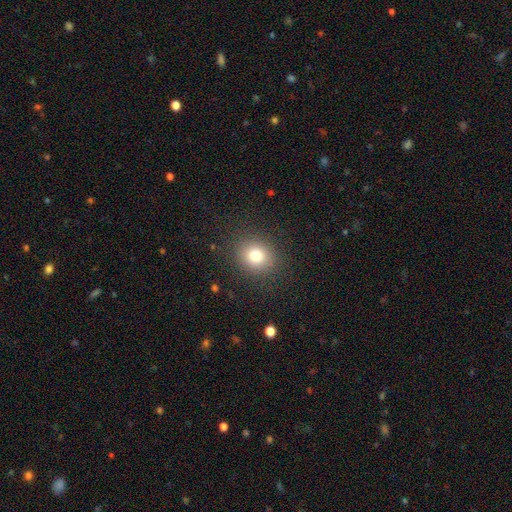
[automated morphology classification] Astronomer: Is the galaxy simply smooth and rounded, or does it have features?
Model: smooth — 78%.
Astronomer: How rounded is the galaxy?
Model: round — 78%.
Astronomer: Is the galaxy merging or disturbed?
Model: none — 88%.